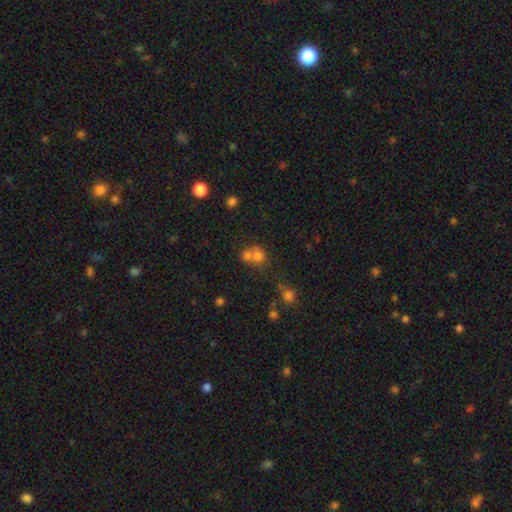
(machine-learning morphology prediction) smooth_or_featured: smooth (p=0.70) [alt: star or artifact p=0.15]
how_rounded: round (p=0.77) [alt: in between p=0.22]
merging: merger (p=0.56) [alt: none p=0.33]